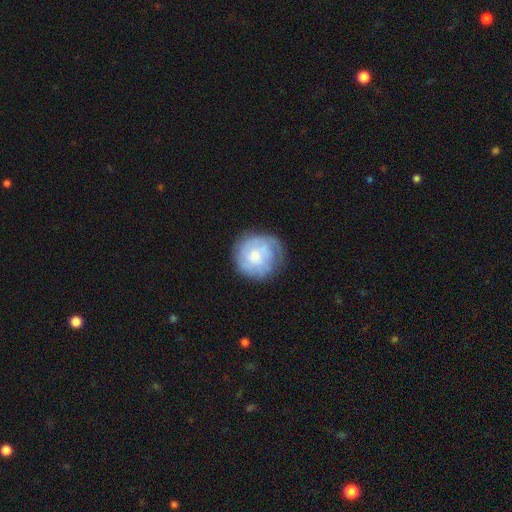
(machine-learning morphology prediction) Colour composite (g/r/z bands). It shows a featured or disk galaxy (49%). Merging: none (69%).